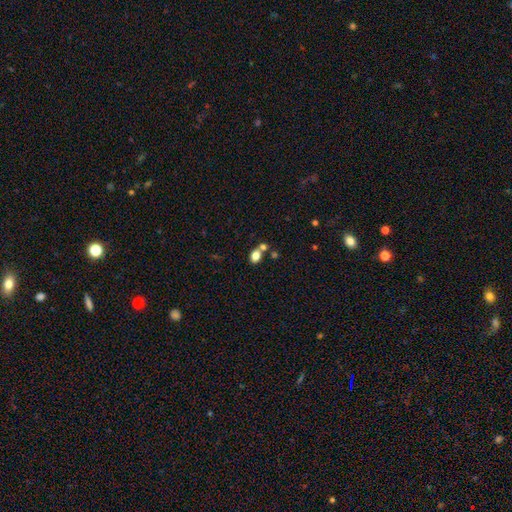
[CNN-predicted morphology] A smooth galaxy with no disk features (79%) that is in between round and cigar-shaped (61%). Merging: none (55%).